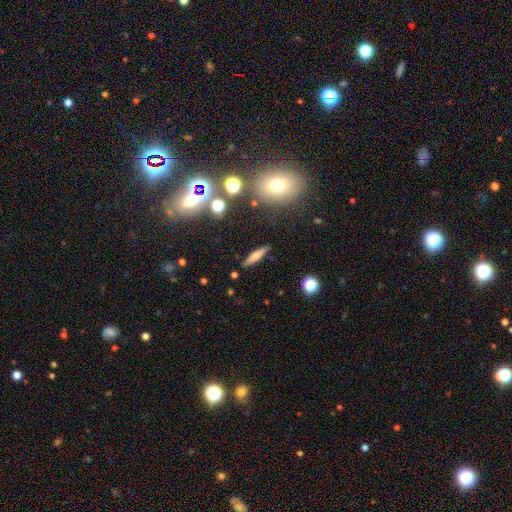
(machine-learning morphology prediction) Smooth or featured? smooth (57%)
How rounded? cigar-shaped (81%)
Merging? none (87%)